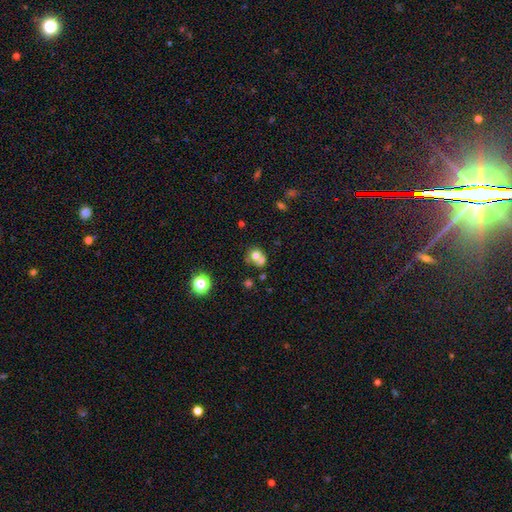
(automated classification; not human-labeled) A smooth galaxy with no disk features (67%) that is round (73%). Merging: merger (50%).